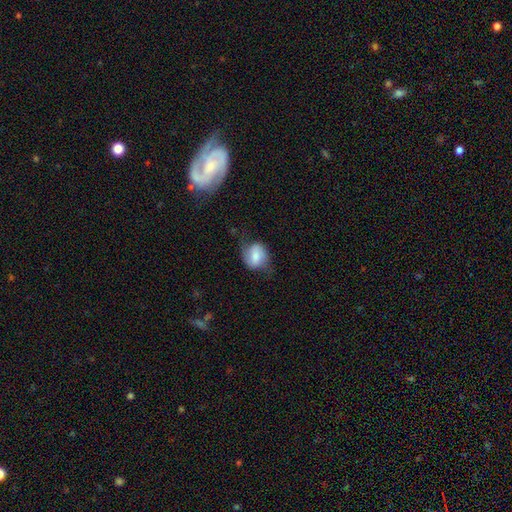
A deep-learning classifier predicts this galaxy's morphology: The model was most divided on "how rounded": in between: 50%, round: 48%, cigar-shaped: 1%. More confident: smooth or featured — smooth (60%); merging — none (56%).